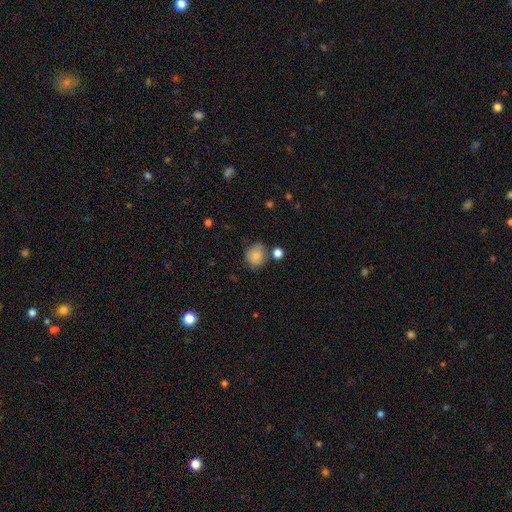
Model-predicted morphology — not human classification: Smooth or featured? smooth (82%)
How rounded? round (76%)
Merging? none (68%)